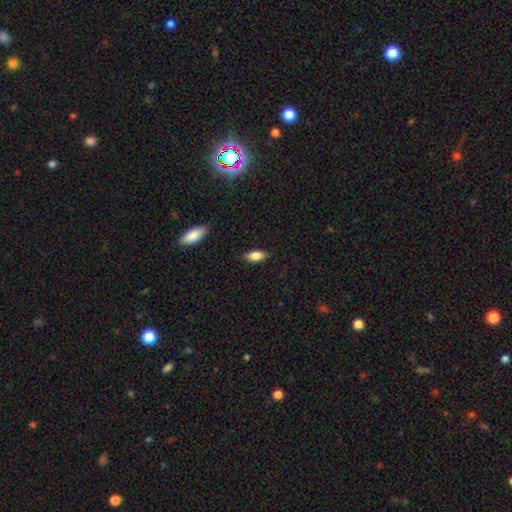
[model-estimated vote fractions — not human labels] This appears to be a smooth galaxy with no disk features (82%) that is in between round and cigar-shaped (86%). Merging: none (85%).